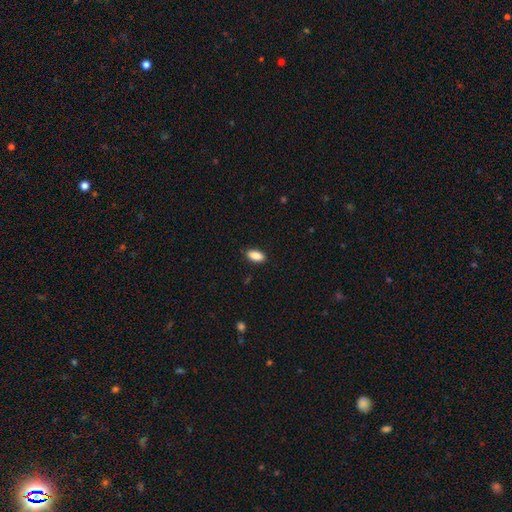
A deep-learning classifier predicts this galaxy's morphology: Smooth or featured? Predicted: smooth (p=0.89). How rounded? Predicted: in between (p=0.91). Merging? Predicted: none (p=0.88).